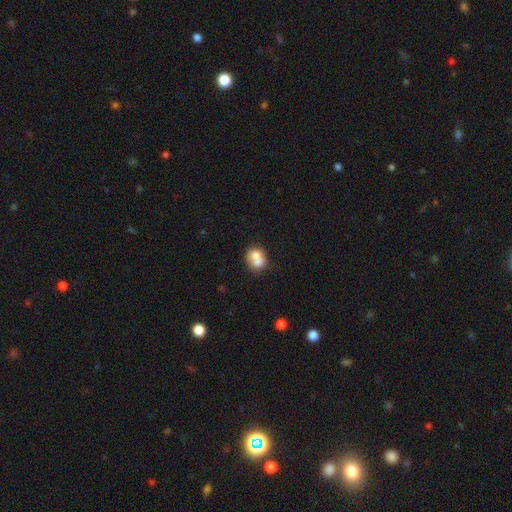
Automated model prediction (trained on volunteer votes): Overall: smooth (69%). How rounded: round (59%; in between 40%). Merging: merger (60%; none 28%).